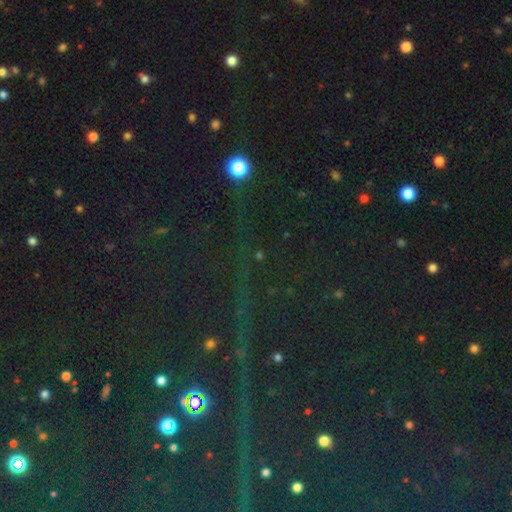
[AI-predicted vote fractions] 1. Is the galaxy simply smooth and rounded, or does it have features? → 79% star or artifact, 13% smooth, 8% featured or disk.